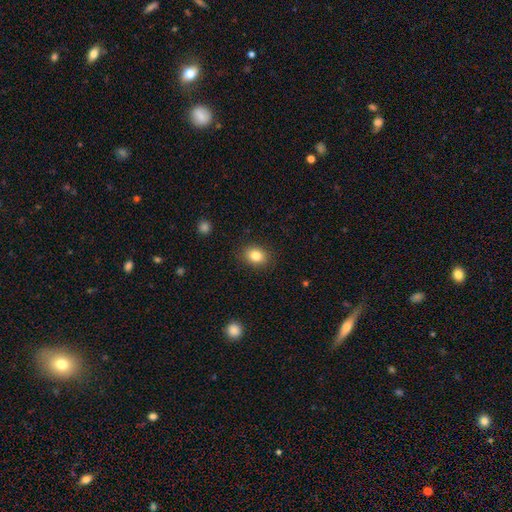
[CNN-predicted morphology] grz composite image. It shows a smooth galaxy with no disk features (83%) that is in between round and cigar-shaped (56%). Merging: none (88%).